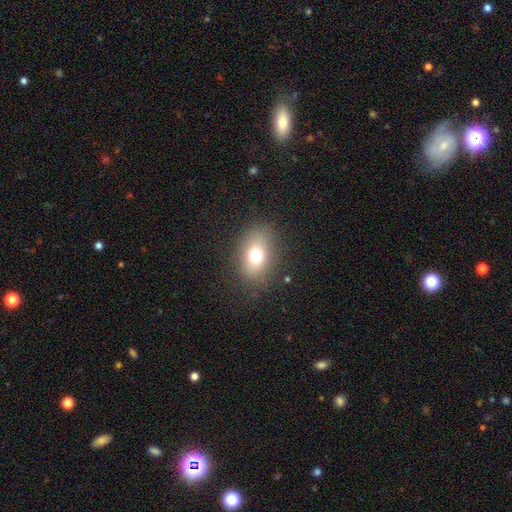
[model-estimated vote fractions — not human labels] Smooth or featured: smooth — 70% (featured or disk — 17%)
How rounded: in between — 74% (round — 24%)
Merging: none — 82% (minor disturbance — 12%)